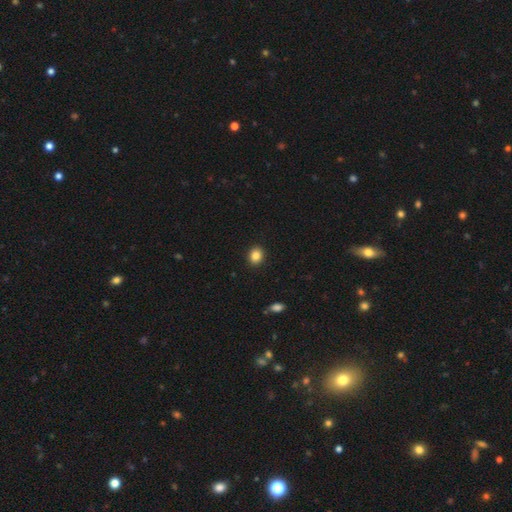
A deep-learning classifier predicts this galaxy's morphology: smooth-or-featured: smooth: 86% | star or artifact: 10% | featured or disk: 5%
  how-rounded: round: 60% | in between: 39% | cigar-shaped: 1%
  merging: none: 91% | minor disturbance: 6% | major disturbance: 2% | merger: 1%